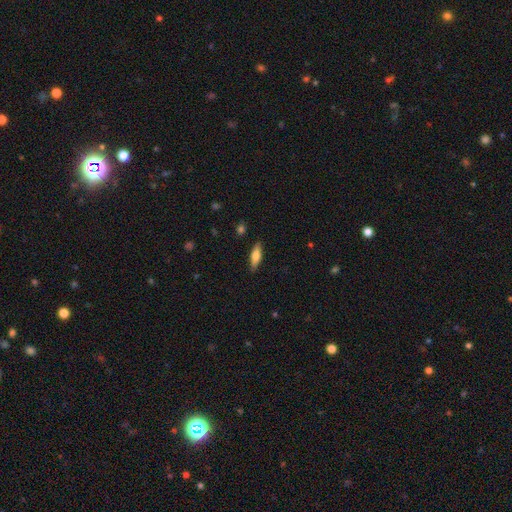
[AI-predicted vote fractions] smooth-or-featured: smooth: 70% | featured or disk: 23% | star or artifact: 6%
  how-rounded: cigar-shaped: 55% | in between: 43% | round: 2%
  merging: none: 86% | minor disturbance: 10% | major disturbance: 2% | merger: 1%